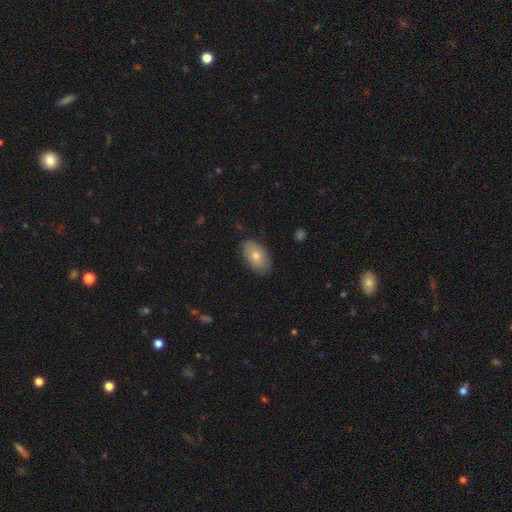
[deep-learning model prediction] Smooth or featured?
  - smooth: 76% *
  - featured or disk: 17%
  - star or artifact: 6%
How rounded?
  - in between: 92% *
  - round: 6%
  - cigar-shaped: 2%
Merging?
  - none: 83% *
  - minor disturbance: 14%
  - major disturbance: 3%
  - merger: 1%